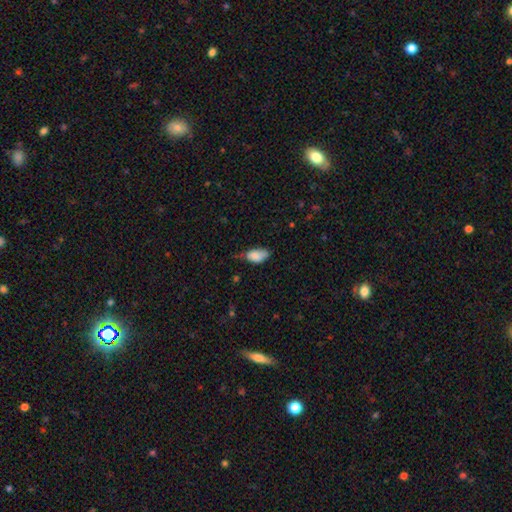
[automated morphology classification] Q: Smooth or featured?
A: smooth (82%); runner-up: featured or disk (10%)
Q: How rounded?
A: in between (92%); runner-up: round (4%)
Q: Merging?
A: minor disturbance (45%); runner-up: none (37%)